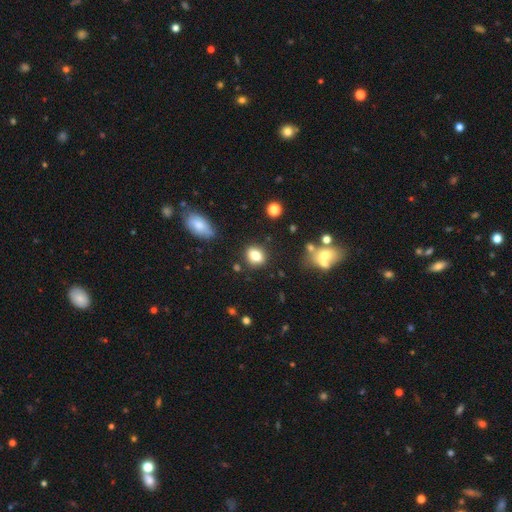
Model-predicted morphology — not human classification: Smooth or featured? smooth (79%)
How rounded? in between (49%, tied with round)
Merging? none (83%)